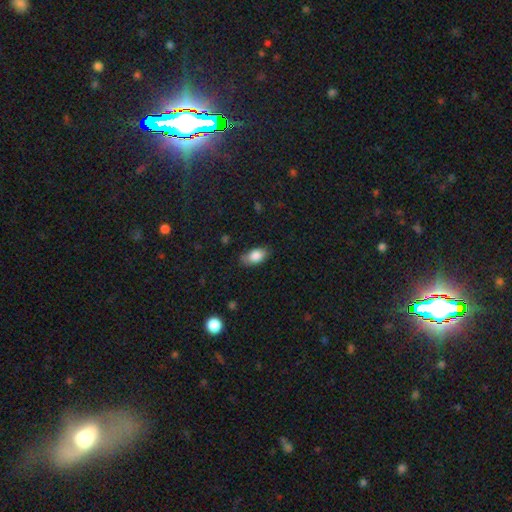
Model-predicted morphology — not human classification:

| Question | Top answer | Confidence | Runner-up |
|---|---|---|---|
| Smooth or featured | smooth | 84% | featured or disk (9%) |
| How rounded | in between | 91% | round (6%) |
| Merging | none | 77% | minor disturbance (18%) |